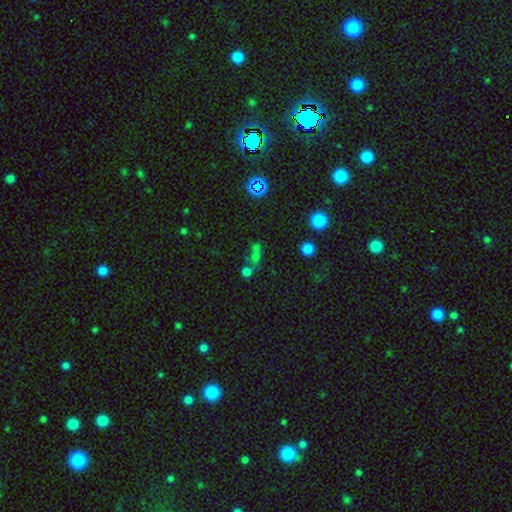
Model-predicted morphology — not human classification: A smooth galaxy with no disk features (53%) that is round (67%). Merging: none (42%, tied with merger).